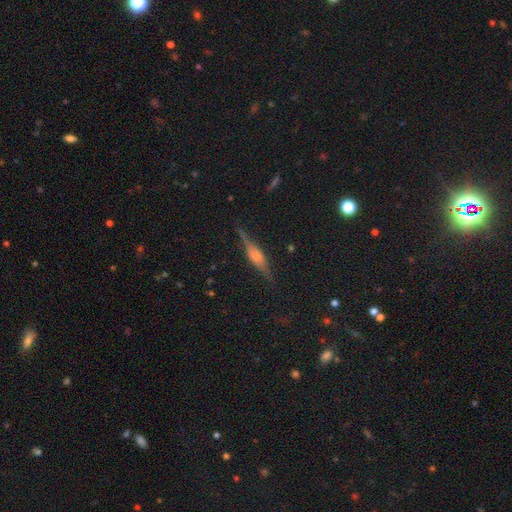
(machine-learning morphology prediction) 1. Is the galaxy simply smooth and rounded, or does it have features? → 74% featured or disk, 16% smooth, 10% star or artifact.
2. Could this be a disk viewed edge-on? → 97% yes, 3% no.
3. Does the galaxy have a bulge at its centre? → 70% rounded, 25% boxy, 5% none.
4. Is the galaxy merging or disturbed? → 84% none, 12% minor disturbance, 3% major disturbance, 1% merger.